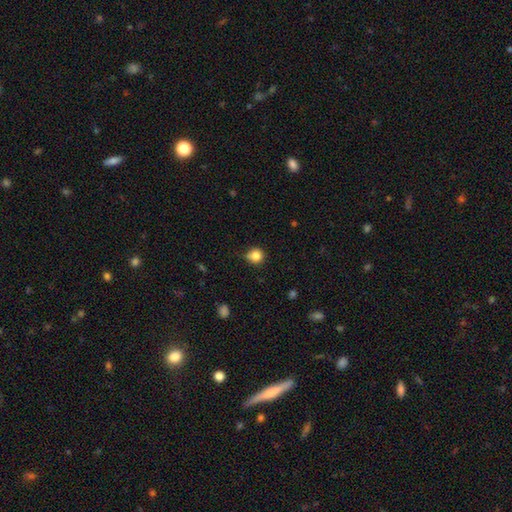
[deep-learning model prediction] Smooth or featured? Predicted: smooth (p=0.83). How rounded? Predicted: round (p=0.90). Merging? Predicted: none (p=0.71).